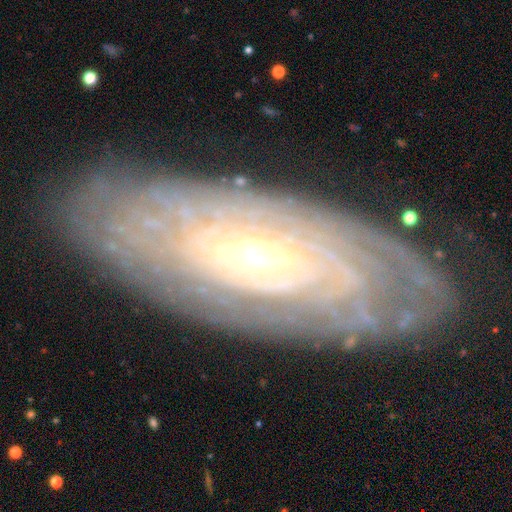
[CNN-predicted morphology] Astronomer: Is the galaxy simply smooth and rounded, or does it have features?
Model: featured or disk — 83%.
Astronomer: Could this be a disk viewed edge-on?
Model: no — 88%.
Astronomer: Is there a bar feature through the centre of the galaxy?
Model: no — 58%.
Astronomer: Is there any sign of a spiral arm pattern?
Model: yes — 90%.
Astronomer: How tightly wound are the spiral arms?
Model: tight — 83%.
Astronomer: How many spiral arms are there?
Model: can't tell — 54%.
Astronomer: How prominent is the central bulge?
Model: small — 71%.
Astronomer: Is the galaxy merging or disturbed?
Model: none — 82%.